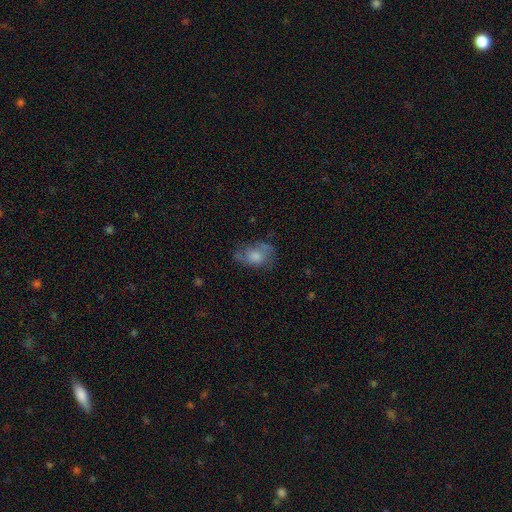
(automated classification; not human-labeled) smooth 58%, featured or disk 33%, star or artifact 9%. Down the decision tree: how rounded — in between (76%); merging — none (54%).